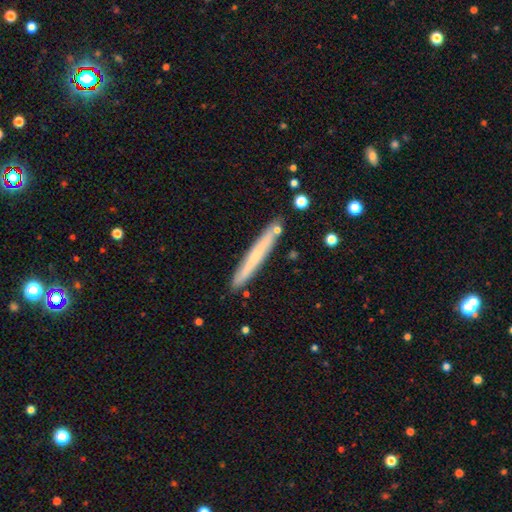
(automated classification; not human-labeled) Smooth or featured?
  - smooth: 56% *
  - featured or disk: 37%
  - star or artifact: 7%
How rounded?
  - cigar-shaped: 97% *
  - in between: 2%
  - round: 1%
Merging?
  - none: 86% *
  - minor disturbance: 9%
  - merger: 3%
  - major disturbance: 2%